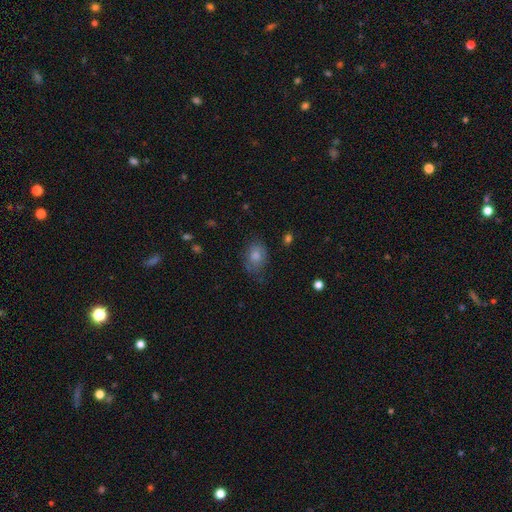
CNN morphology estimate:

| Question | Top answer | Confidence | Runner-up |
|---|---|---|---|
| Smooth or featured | smooth | 79% | featured or disk (13%) |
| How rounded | in between | 67% | round (32%) |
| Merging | none | 63% | minor disturbance (26%) |